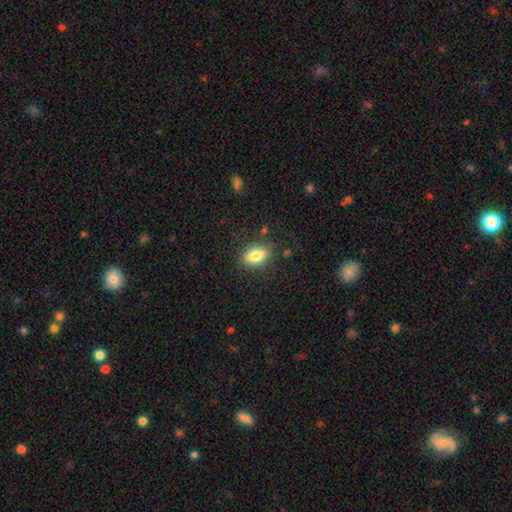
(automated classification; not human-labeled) A smooth galaxy with no disk features (82%) that is in between round and cigar-shaped (86%). Merging: none (83%).